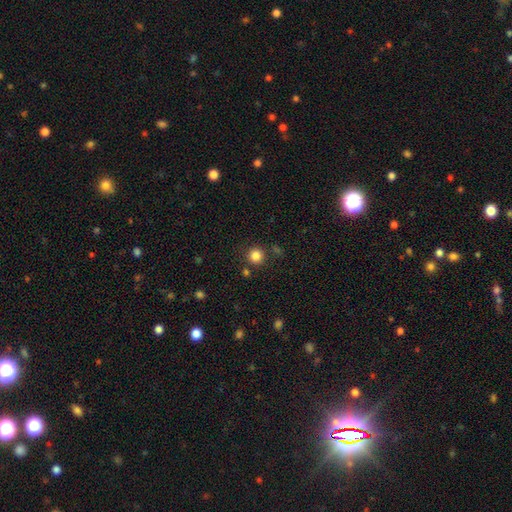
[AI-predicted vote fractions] Smooth or featured? smooth (84%)
How rounded? round (93%)
Merging? none (85%)